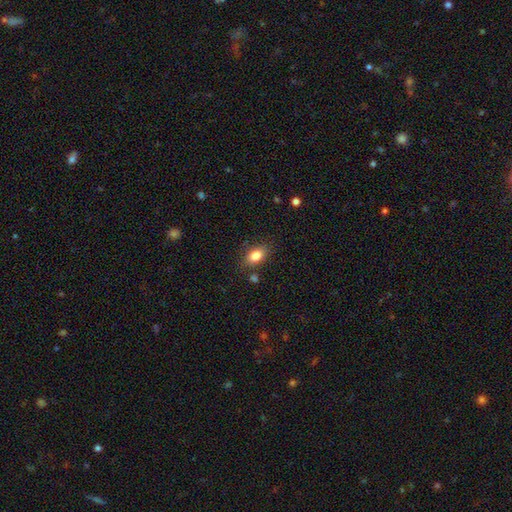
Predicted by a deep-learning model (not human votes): A smooth galaxy with no disk features (83%) that is in between round and cigar-shaped (86%).

Vote fractions:
- Smooth or featured? smooth: 83% / star or artifact: 8% / featured or disk: 8%
- How rounded? in between: 86% / round: 11% / cigar-shaped: 3%
- Merging? none: 80% / minor disturbance: 13% / merger: 4% / major disturbance: 3%